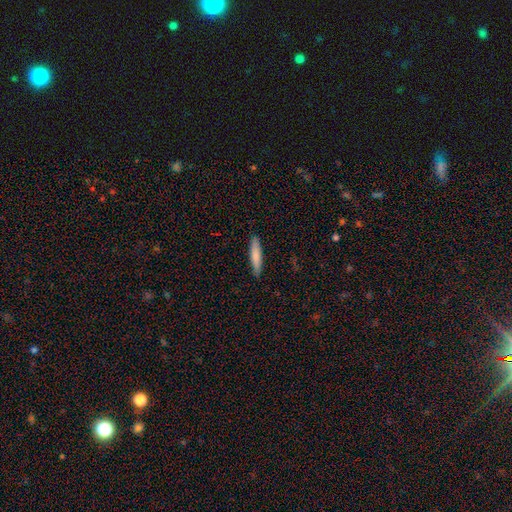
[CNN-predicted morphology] This is likely a smooth galaxy (78%). How rounded: clearly cigar-shaped (87%). Merging: clearly none (89%).